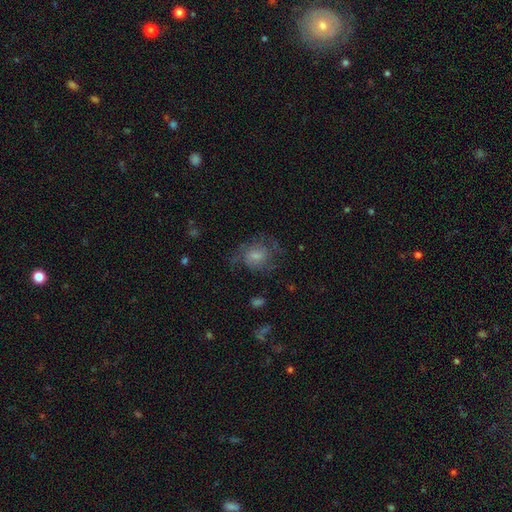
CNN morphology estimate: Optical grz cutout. It shows a featured or disk galaxy (52%) with no bar (68%), spiral arms (80%) and a moderate central bulge (40%). Merging: none (63%).